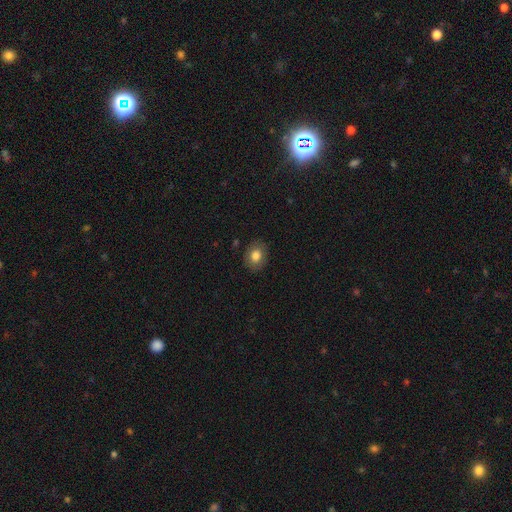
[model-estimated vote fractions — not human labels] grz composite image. It shows a smooth galaxy with no disk features (80%) that is in between round and cigar-shaped (54%). Merging: none (86%).